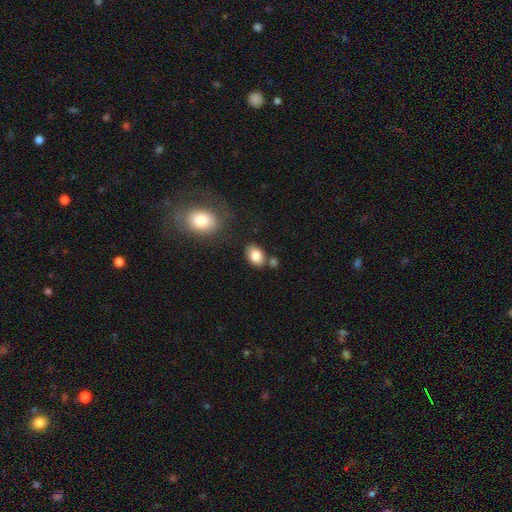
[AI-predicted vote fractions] smooth_or_featured: smooth (p=0.85) [alt: star or artifact p=0.08]
how_rounded: in between (p=0.82) [alt: round p=0.17]
merging: none (p=0.73) [alt: minor disturbance p=0.13]